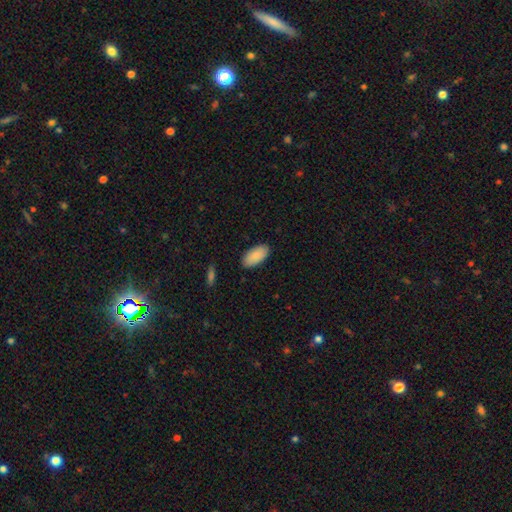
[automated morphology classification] A smooth galaxy with no disk features (89%) that is in between round and cigar-shaped (95%). Merging: none (87%).